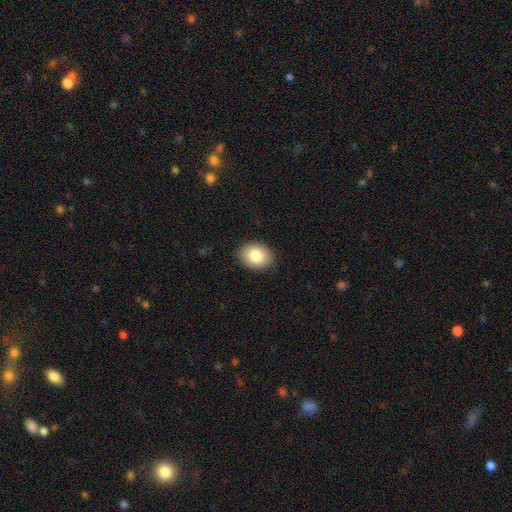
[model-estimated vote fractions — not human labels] This appears to be a smooth galaxy with no disk features (82%) that is in between round and cigar-shaped (63%). Merging: none (89%).